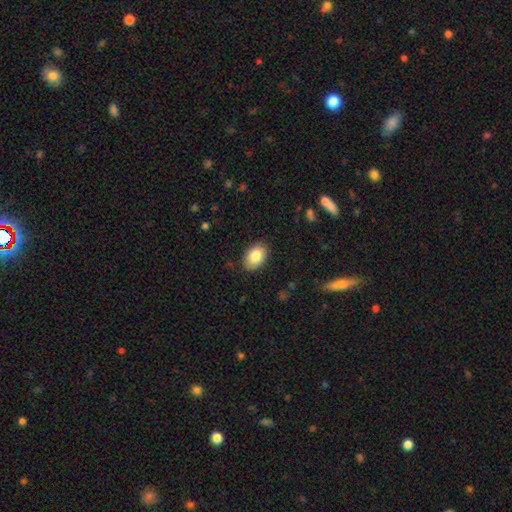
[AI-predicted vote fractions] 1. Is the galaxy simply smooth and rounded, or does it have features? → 84% smooth, 9% featured or disk, 7% star or artifact.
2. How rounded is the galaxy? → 86% in between, 13% round, 1% cigar-shaped.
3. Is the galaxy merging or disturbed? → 87% none, 10% minor disturbance, 2% major disturbance, 1% merger.